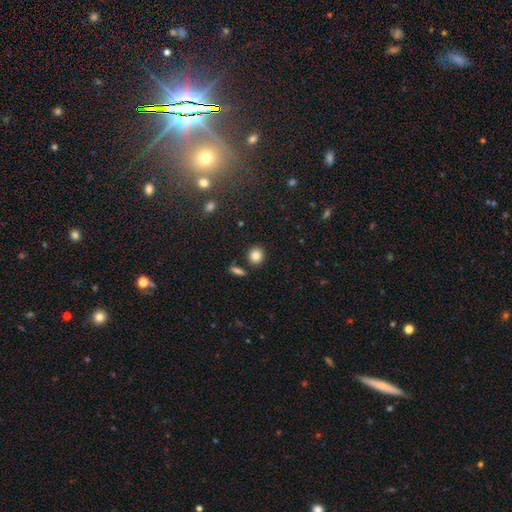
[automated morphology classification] Overall: smooth (84%). How rounded: round (82%). Merging: none (84%).